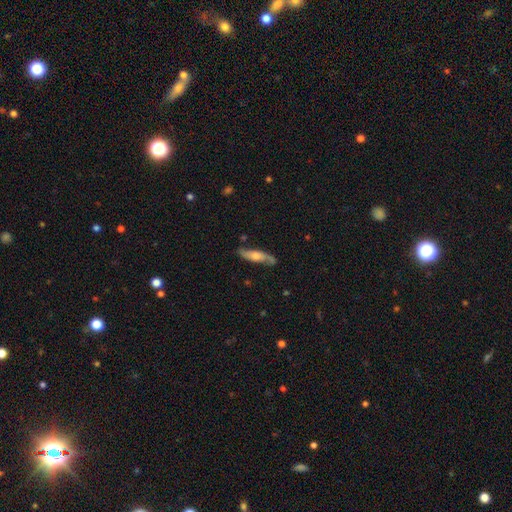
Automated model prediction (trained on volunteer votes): This is possibly a featured or disk galaxy (52%). It is possibly not viewed edge-on (55%). Merging: likely none (73%).